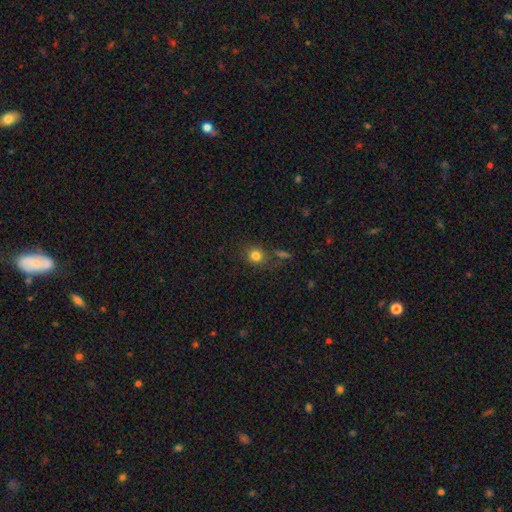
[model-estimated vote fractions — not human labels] A smooth galaxy with no disk features (81%) that is round (83%). Merging: none (80%).